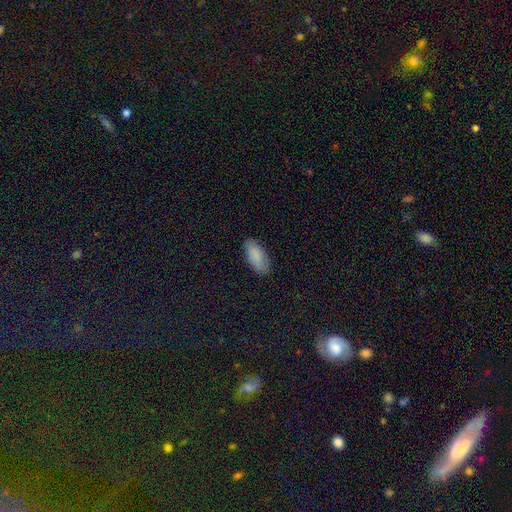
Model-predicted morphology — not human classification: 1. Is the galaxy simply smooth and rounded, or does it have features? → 87% smooth, 7% featured or disk, 6% star or artifact.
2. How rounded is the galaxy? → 88% in between, 10% cigar-shaped, 2% round.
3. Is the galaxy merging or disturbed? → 84% none, 13% minor disturbance, 3% major disturbance, 1% merger.